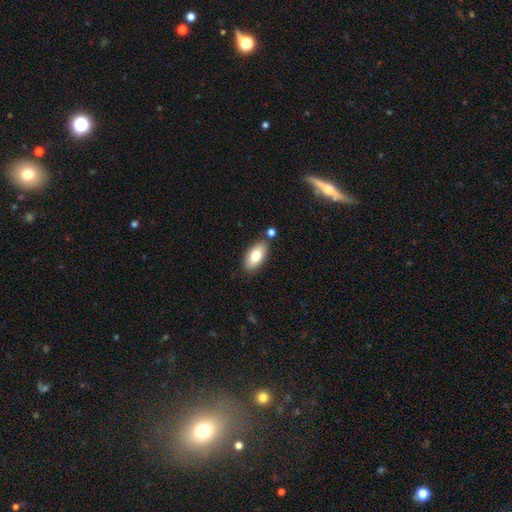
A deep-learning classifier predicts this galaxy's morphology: Smooth or featured? smooth (78%)
How rounded? in between (91%)
Merging? none (81%)